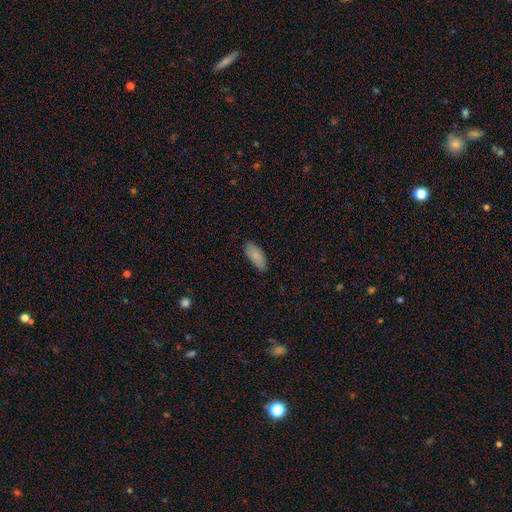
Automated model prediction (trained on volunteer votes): This appears to be a smooth galaxy with no disk features (85%) that is in between round and cigar-shaped (86%). Merging: none (82%).